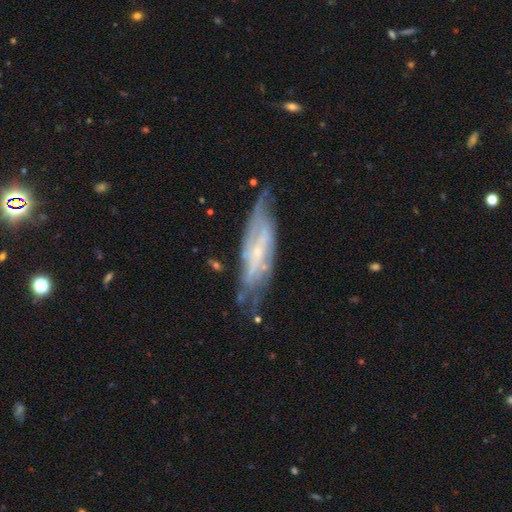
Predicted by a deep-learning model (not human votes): The model was most divided on "edge-on disk": no: 65%, yes: 35%. More confident: smooth or featured — featured or disk (74%); merging — none (65%).